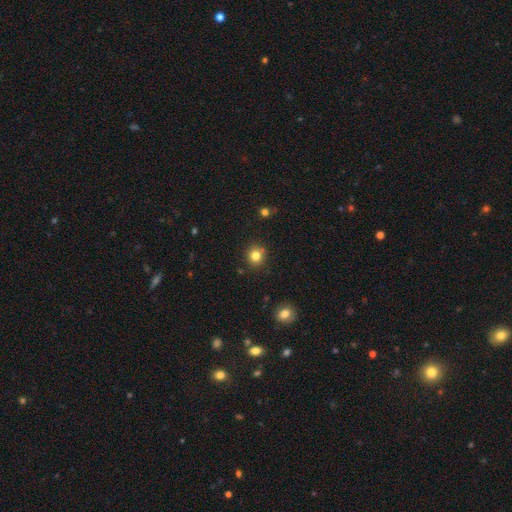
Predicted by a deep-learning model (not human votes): Morphology: type=smooth (81%); roundness=round (91%); merging=none (85%).